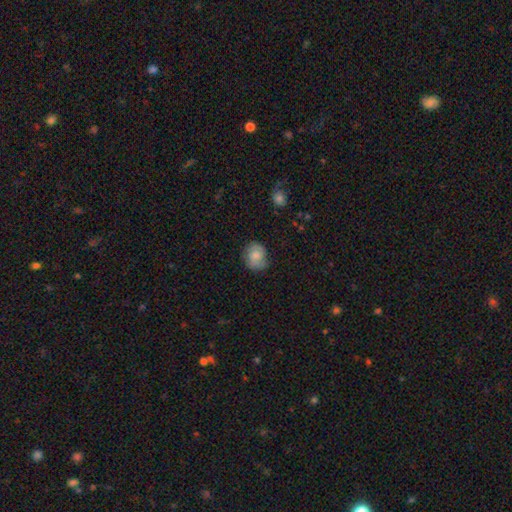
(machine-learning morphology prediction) smooth_or_featured: smooth (p=0.69) [alt: featured or disk p=0.23]
how_rounded: round (p=0.66) [alt: in between p=0.33]
merging: none (p=0.67) [alt: minor disturbance p=0.25]